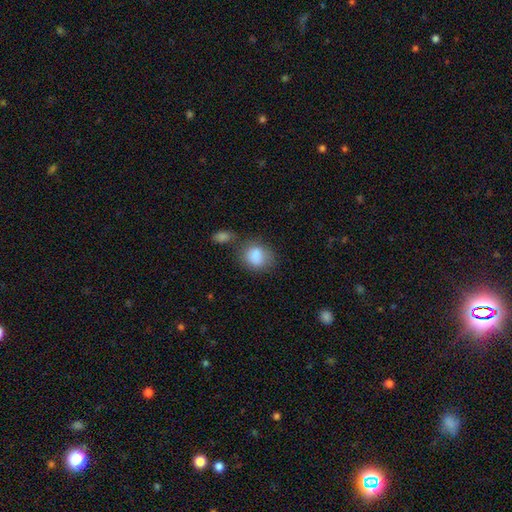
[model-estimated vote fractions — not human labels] smooth 86%, star or artifact 8%, featured or disk 6%. Down the decision tree: how rounded — round (57%); merging — none (55%).